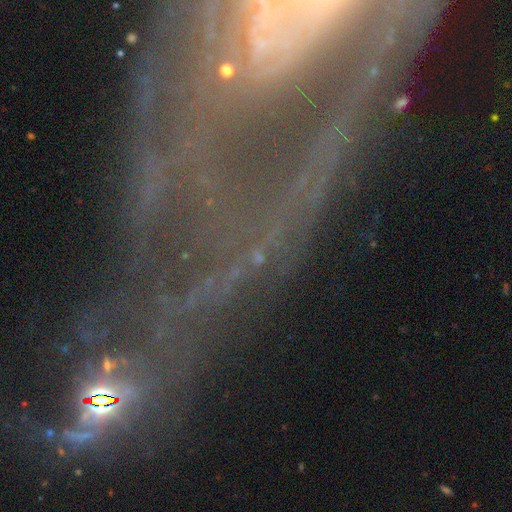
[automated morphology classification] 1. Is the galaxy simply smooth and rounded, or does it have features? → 72% star or artifact, 18% featured or disk, 10% smooth.